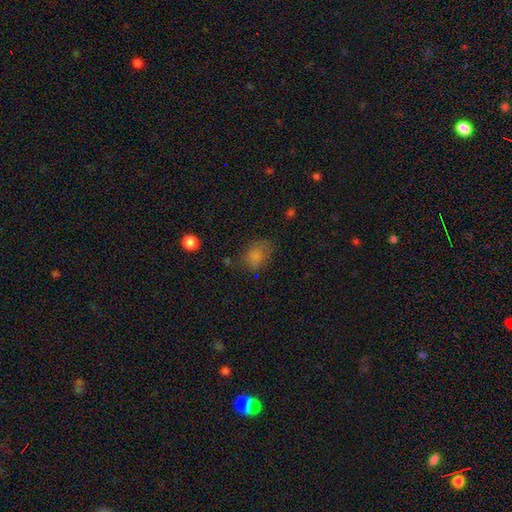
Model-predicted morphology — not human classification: Overall: smooth (77%). How rounded: in between (76%). Merging: none (59%; minor disturbance 26%).